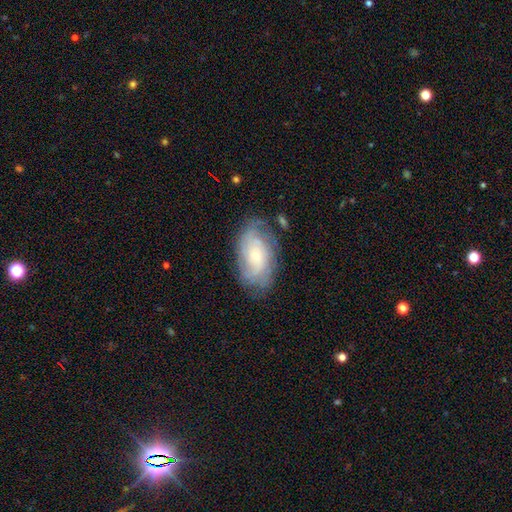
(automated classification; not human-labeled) Smooth or featured? featured or disk (72%)
Edge-on disk? no (94%)
Bar? no (75%)
Spiral arms? yes (89%)
Spiral winding? tight (64%)
Spiral arm count? can't tell (50%)
Bulge size? small (68%)
Merging? none (72%)